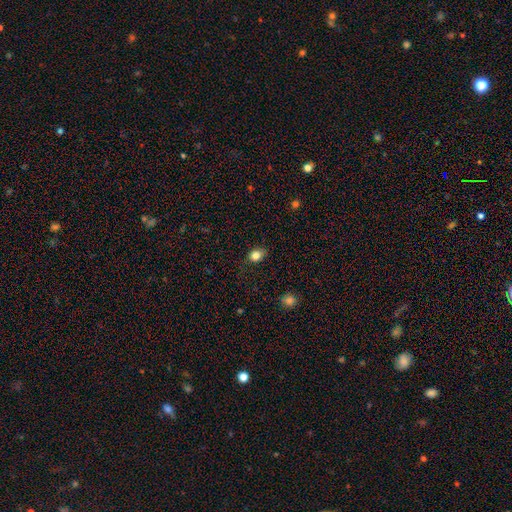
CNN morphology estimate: This is clearly a smooth galaxy (82%). How rounded: possibly in between (52%). Merging: likely none (74%).